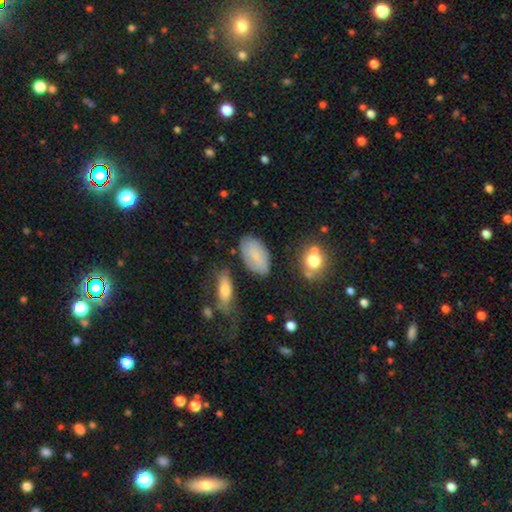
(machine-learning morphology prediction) Smooth or featured?
  - smooth: 66% *
  - featured or disk: 24%
  - star or artifact: 10%
How rounded?
  - in between: 91% *
  - round: 6%
  - cigar-shaped: 3%
Merging?
  - none: 69% *
  - minor disturbance: 20%
  - major disturbance: 6%
  - merger: 5%